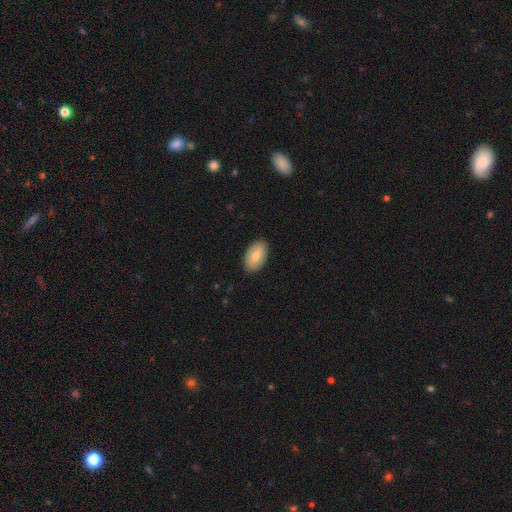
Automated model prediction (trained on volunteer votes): Smooth or featured? smooth (77%)
How rounded? in between (93%)
Merging? none (88%)